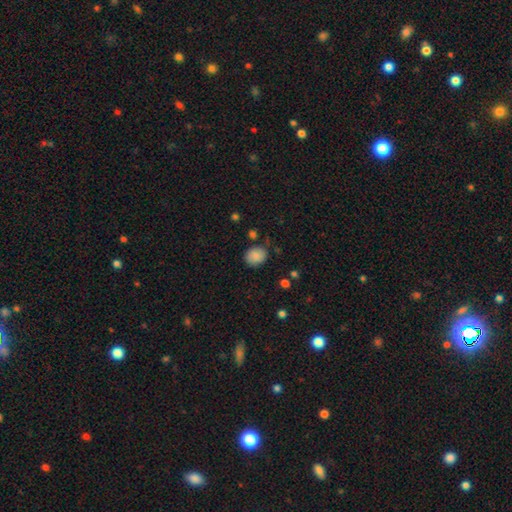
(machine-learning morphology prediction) A smooth galaxy with no disk features (87%) that is round (55%). Merging: none (79%).